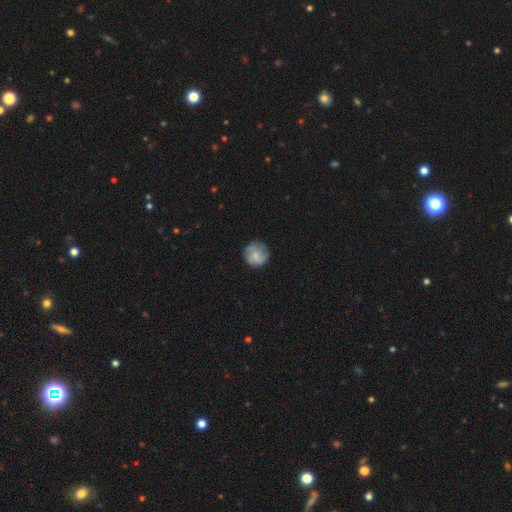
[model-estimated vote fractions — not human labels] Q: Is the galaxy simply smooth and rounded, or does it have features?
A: smooth — 69%.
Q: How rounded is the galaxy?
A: round — 92%.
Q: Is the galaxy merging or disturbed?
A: none — 79%.